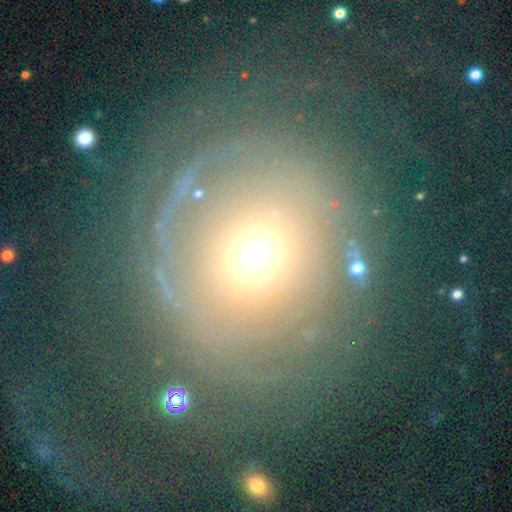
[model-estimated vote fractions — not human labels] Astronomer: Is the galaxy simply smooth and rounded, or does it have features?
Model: featured or disk — 46% (runner-up: smooth, 36%).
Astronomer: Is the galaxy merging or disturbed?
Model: none — 62%.